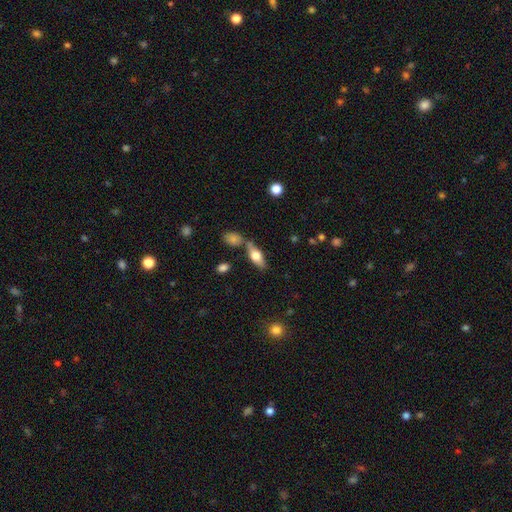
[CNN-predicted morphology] Smooth or featured? Predicted: smooth (p=0.55). How rounded? Predicted: in between (p=0.69). Merging? Predicted: none (p=0.68).